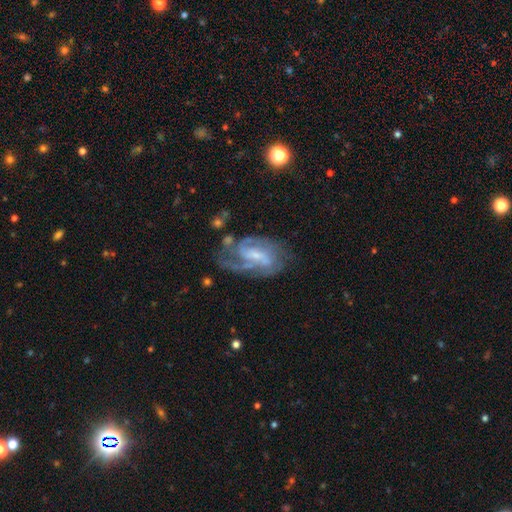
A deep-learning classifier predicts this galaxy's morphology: smooth-or-featured: featured or disk: 86% | smooth: 8% | star or artifact: 6%
  disk-edge-on: no: 97% | yes: 3%
    bar: weak: 50% | no: 26% | strong: 23%
    has-spiral-arms: yes: 95% | no: 5%
      spiral-winding: medium: 49% | tight: 37% | loose: 14%
      spiral-arm-count: 2: 50% | 3: 19% | can't tell: 17% | 1: 6% | 4: 4% | more than 4: 3%
    bulge-size: small: 60% | moderate: 25% | none: 12% | large: 2% | dominant: 1%
  merging: none: 56% | minor disturbance: 22% | major disturbance: 18% | merger: 4%